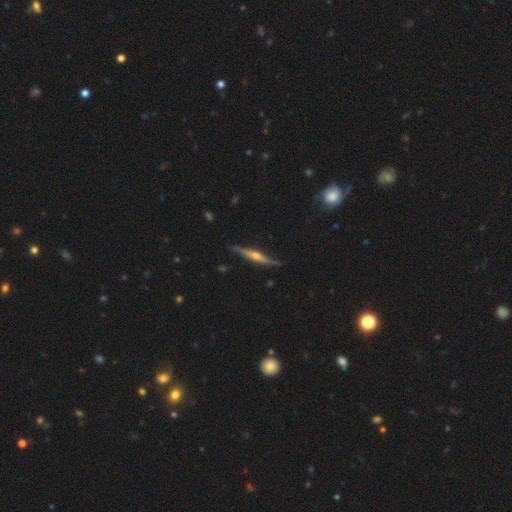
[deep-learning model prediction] This appears to be a featured or disk galaxy (81%) viewed edge-on (97%) with a rounded central bulge (90%). Merging: none (83%).